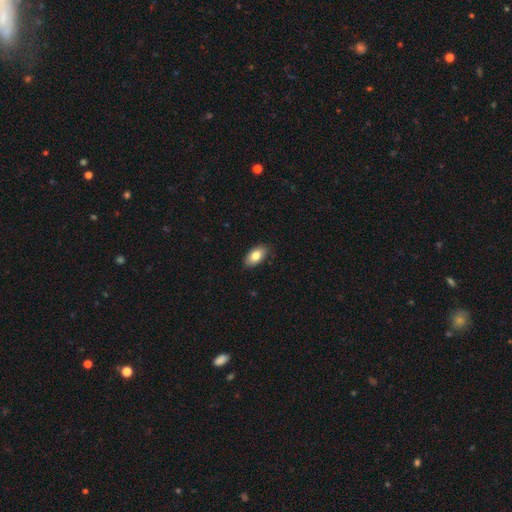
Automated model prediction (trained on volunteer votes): A smooth galaxy with no disk features (81%) that is in between round and cigar-shaped (94%). Merging: none (86%).